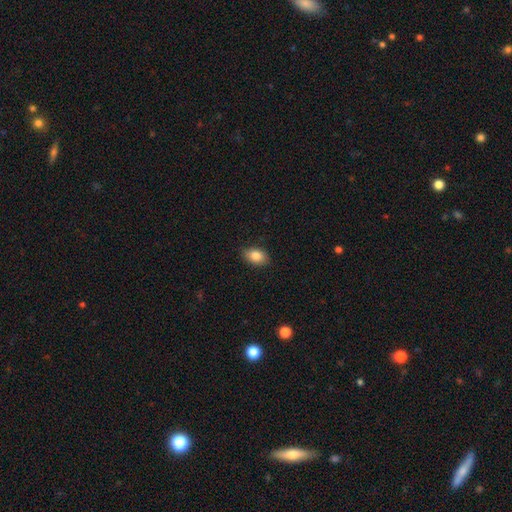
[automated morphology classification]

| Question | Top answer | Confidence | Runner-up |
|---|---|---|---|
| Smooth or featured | smooth | 84% | featured or disk (8%) |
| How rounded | in between | 87% | round (11%) |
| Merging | none | 87% | minor disturbance (10%) |